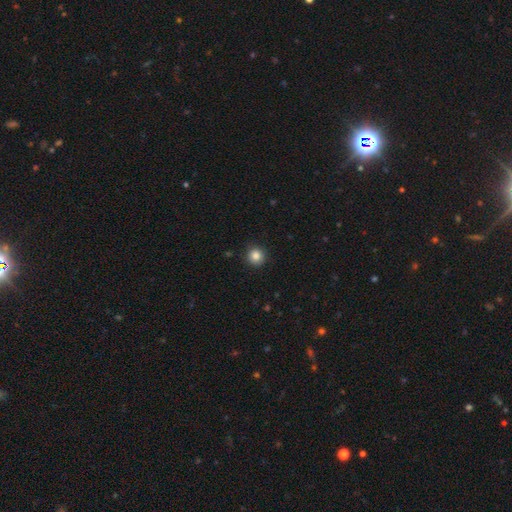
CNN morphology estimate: The model was most divided on "smooth or featured": smooth: 85%, star or artifact: 11%, featured or disk: 4%. More confident: how rounded — round (94%); merging — none (91%).